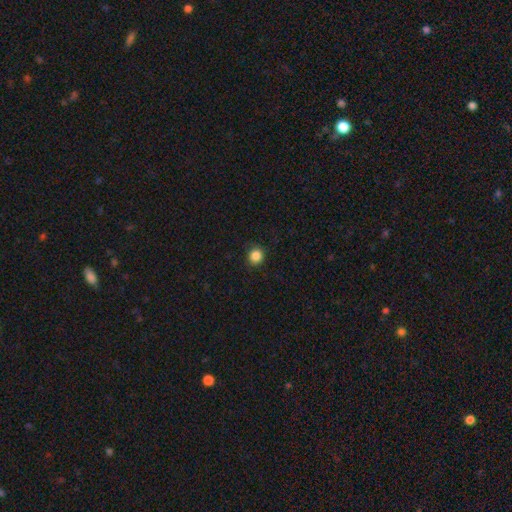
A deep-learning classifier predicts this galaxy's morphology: The model was most divided on "smooth or featured": smooth: 86%, star or artifact: 11%, featured or disk: 3%. More confident: how rounded — round (91%); merging — none (89%).